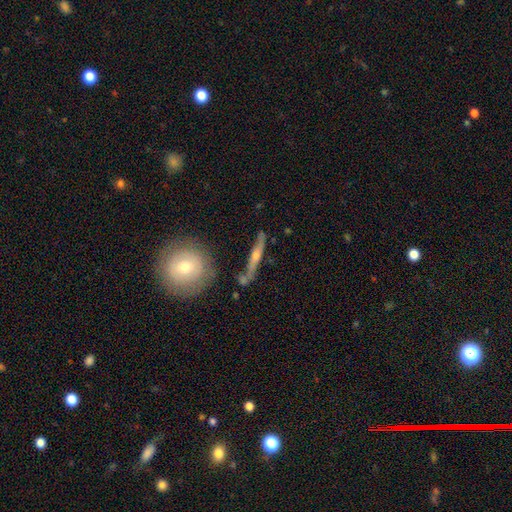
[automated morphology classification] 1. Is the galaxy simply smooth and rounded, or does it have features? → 63% featured or disk, 30% smooth, 7% star or artifact.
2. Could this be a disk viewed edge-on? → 89% yes, 11% no.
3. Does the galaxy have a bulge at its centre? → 80% rounded, 12% none, 8% boxy.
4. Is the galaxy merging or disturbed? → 76% none, 14% minor disturbance, 7% merger, 4% major disturbance.